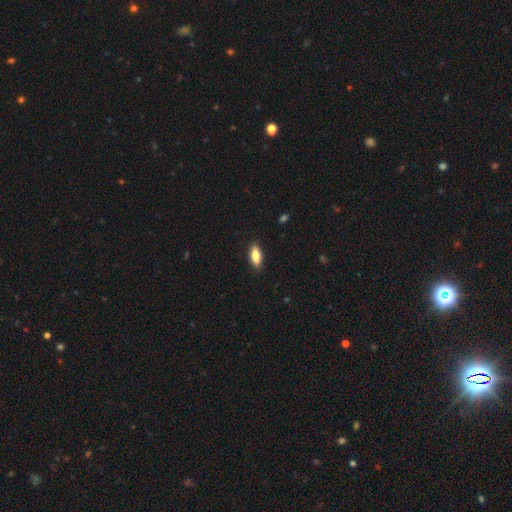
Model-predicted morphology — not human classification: smooth 79%, featured or disk 15%, star or artifact 6%. Down the decision tree: how rounded — in between (71%); merging — none (89%).